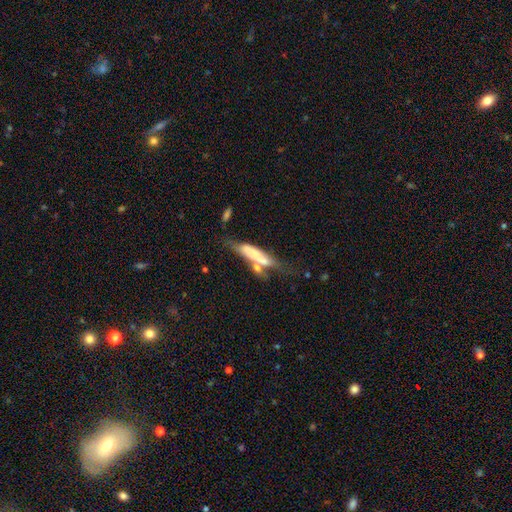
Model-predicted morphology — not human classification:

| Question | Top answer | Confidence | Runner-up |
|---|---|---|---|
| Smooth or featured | smooth | 52% | featured or disk (40%) |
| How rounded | cigar-shaped | 69% | in between (29%) |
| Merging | merger | 35% | none (29%) |